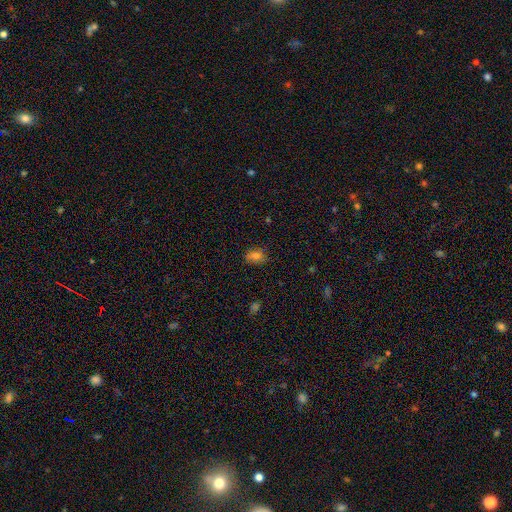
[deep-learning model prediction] Overall: smooth (70%). How rounded: in between (64%; round 34%). Merging: none (74%).